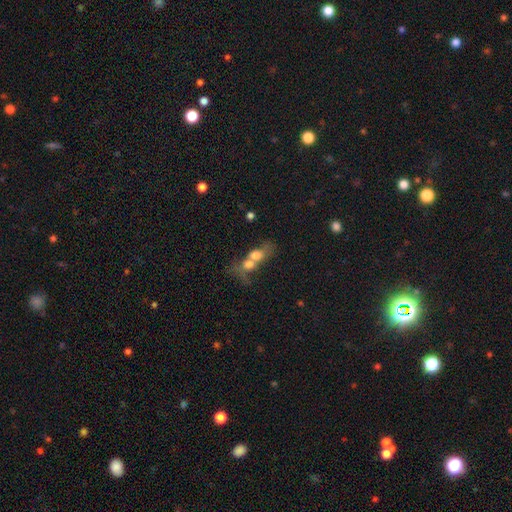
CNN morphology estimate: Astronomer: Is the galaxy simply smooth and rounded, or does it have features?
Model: smooth — 63%.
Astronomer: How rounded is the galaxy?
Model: in between — 64%.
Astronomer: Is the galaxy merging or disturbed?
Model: merger — 74%.